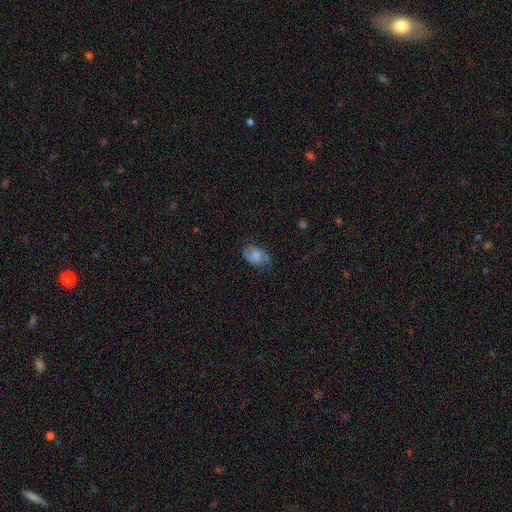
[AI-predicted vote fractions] Overall: smooth (49%; featured or disk 41%). Merging: none (51%; minor disturbance 31%).